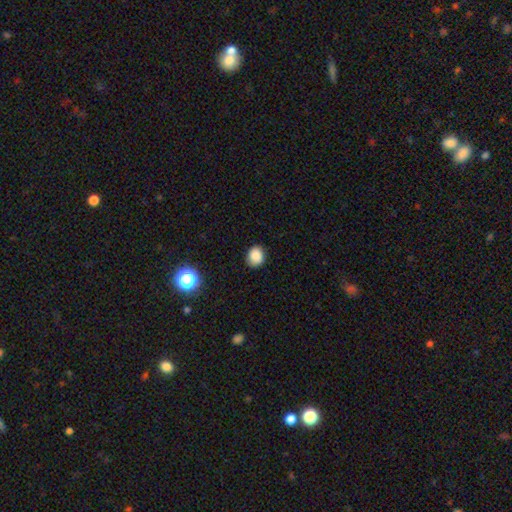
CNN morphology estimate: type=smooth (85%); roundness=round (67%); merging=none (83%).